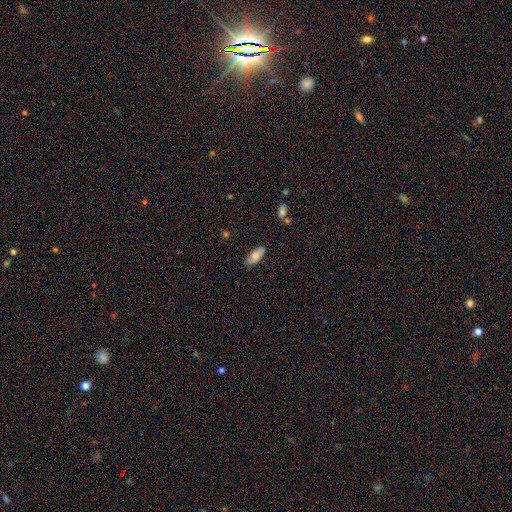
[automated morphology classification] Q: Smooth or featured?
A: smooth (68%); runner-up: featured or disk (25%)
Q: How rounded?
A: in between (88%); runner-up: cigar-shaped (10%)
Q: Merging?
A: none (82%); runner-up: minor disturbance (14%)